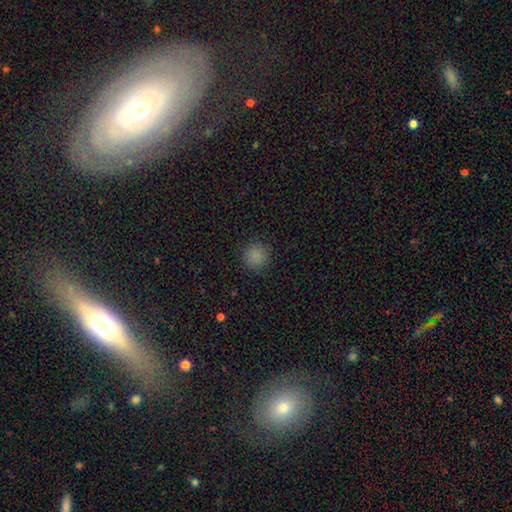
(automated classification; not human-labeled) Smooth or featured: smooth — 85% (star or artifact — 12%)
How rounded: round — 93% (in between — 6%)
Merging: none — 89% (minor disturbance — 7%)